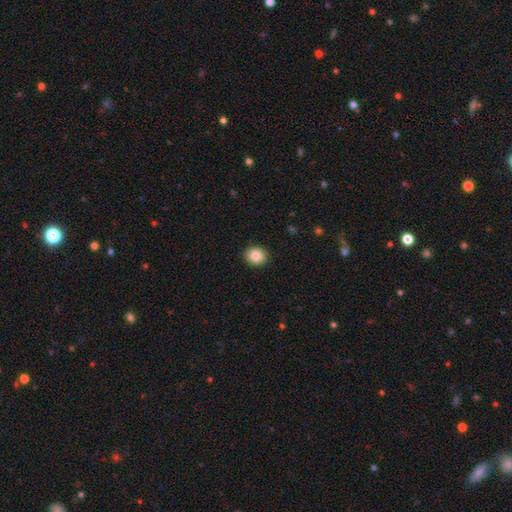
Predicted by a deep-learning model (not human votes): Smooth or featured? Predicted: smooth (p=0.85). How rounded? Predicted: round (p=0.71). Merging? Predicted: none (p=0.92).